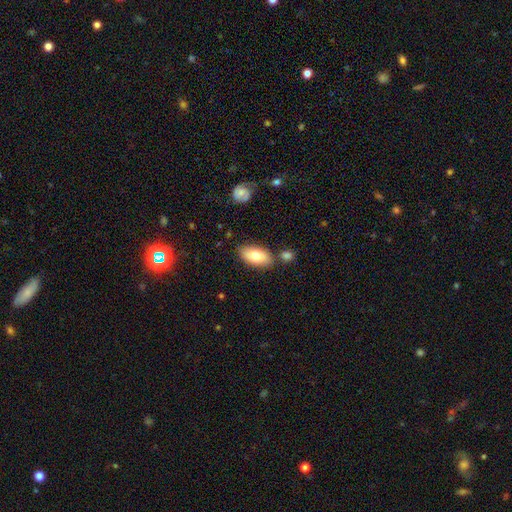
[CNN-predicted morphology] This is likely a smooth galaxy (78%). How rounded: clearly in between (92%). Merging: likely none (77%).